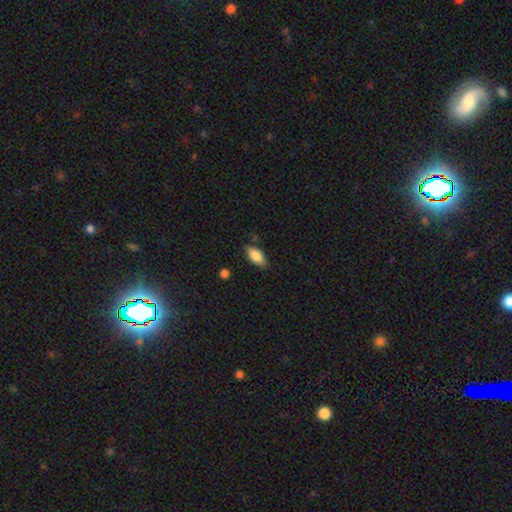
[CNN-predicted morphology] Smooth or featured: smooth — 83% (featured or disk — 10%)
How rounded: in between — 88% (cigar-shaped — 9%)
Merging: none — 76% (minor disturbance — 19%)